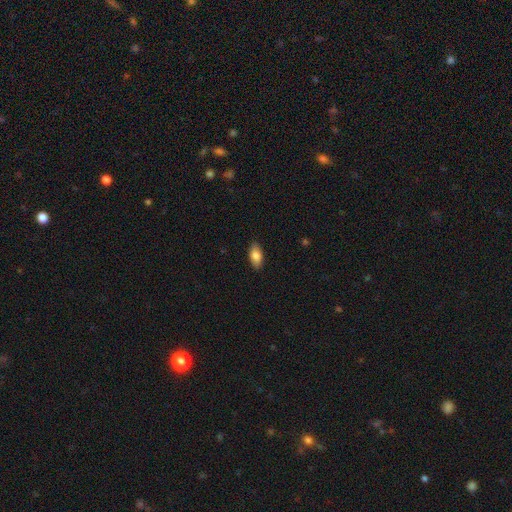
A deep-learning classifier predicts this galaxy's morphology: Smooth or featured? Predicted: smooth (p=0.83). How rounded? Predicted: in between (p=0.90). Merging? Predicted: none (p=0.88).